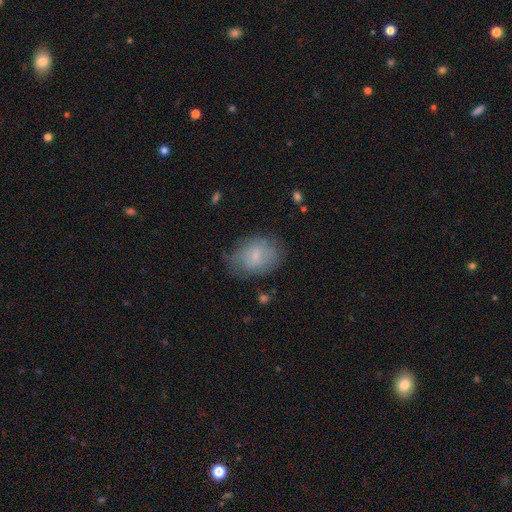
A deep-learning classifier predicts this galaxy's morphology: Smooth or featured: smooth — 72% (featured or disk — 20%)
How rounded: in between — 74% (round — 25%)
Merging: none — 67% (minor disturbance — 23%)